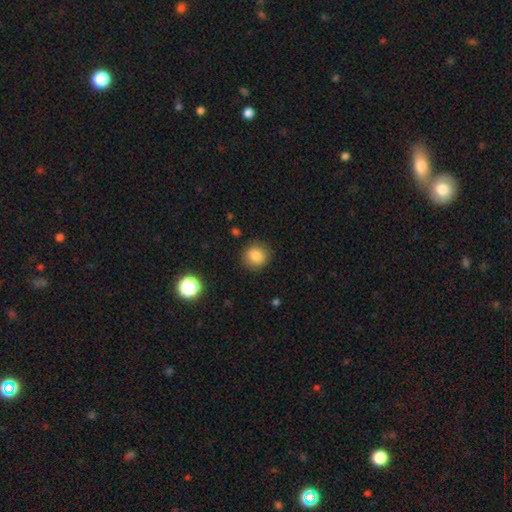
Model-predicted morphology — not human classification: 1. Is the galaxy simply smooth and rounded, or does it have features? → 84% smooth, 10% star or artifact, 6% featured or disk.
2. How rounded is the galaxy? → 86% round, 13% in between, 1% cigar-shaped.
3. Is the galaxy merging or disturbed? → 88% none, 8% minor disturbance, 3% major disturbance, 1% merger.